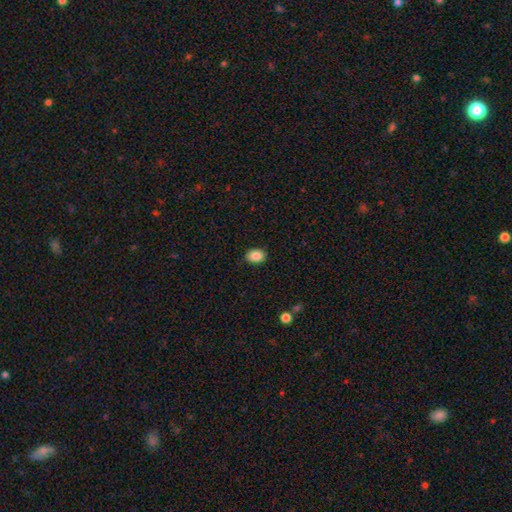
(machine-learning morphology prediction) smooth_or_featured: smooth (p=0.88) [alt: star or artifact p=0.08]
how_rounded: in between (p=0.69) [alt: round p=0.31]
merging: none (p=0.87) [alt: minor disturbance p=0.09]